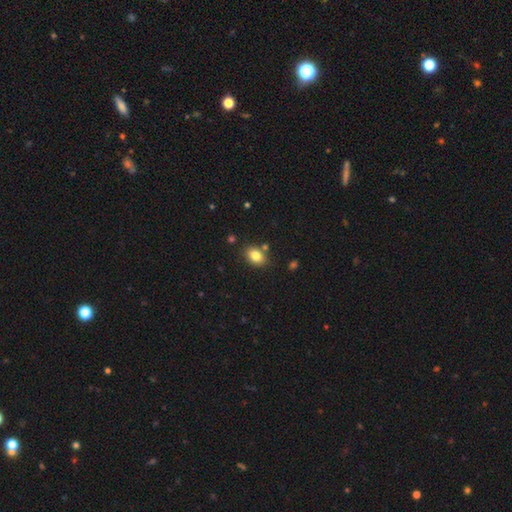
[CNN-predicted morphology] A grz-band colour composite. It shows a smooth galaxy with no disk features (82%) that is in between round and cigar-shaped (72%). Merging: none (79%).